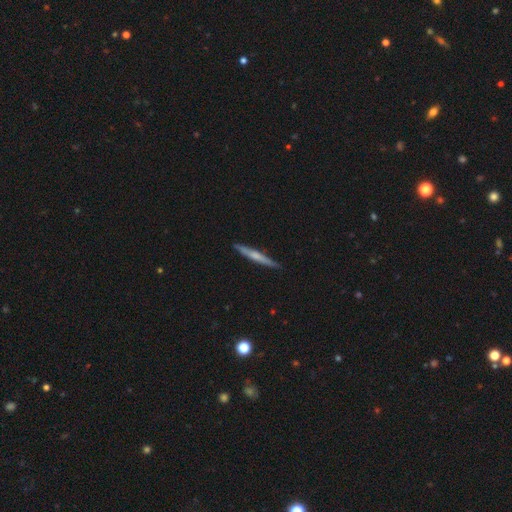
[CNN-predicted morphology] Smooth or featured?
  - featured or disk: 51% *
  - smooth: 44%
  - star or artifact: 6%
Edge-on disk?
  - yes: 96% *
  - no: 4%
Merging?
  - none: 88% *
  - minor disturbance: 9%
  - major disturbance: 1%
  - merger: 1%